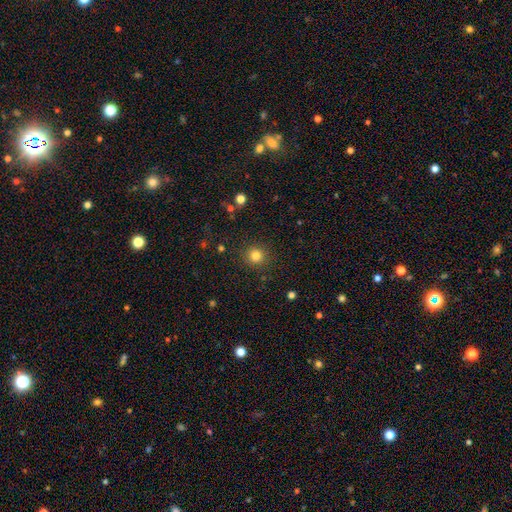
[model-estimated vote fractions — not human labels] Smooth or featured?
  - smooth: 82% *
  - star or artifact: 13%
  - featured or disk: 5%
How rounded?
  - round: 93% *
  - in between: 6%
  - cigar-shaped: 1%
Merging?
  - none: 89% *
  - minor disturbance: 7%
  - major disturbance: 3%
  - merger: 1%